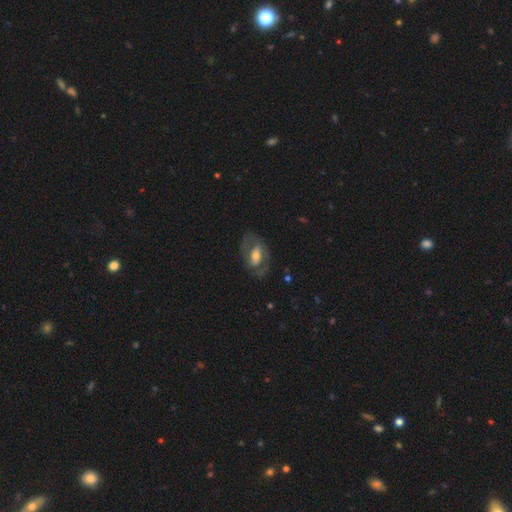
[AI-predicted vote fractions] A featured or disk galaxy (64%) with no bar (40%), spiral arms (63%) and a moderate central bulge (59%).

Vote fractions:
- Smooth or featured? featured or disk: 64% / smooth: 29% / star or artifact: 6%
- Edge-on disk? no: 94% / yes: 6%
- Bar? no: 40% / weak: 36% / strong: 24%
- Spiral arms? yes: 63% / no: 37%
- Bulge size? moderate: 59% / small: 23% / large: 15% / none: 2% / dominant: 2%
- Merging? none: 69% / minor disturbance: 17% / major disturbance: 13% / merger: 1%